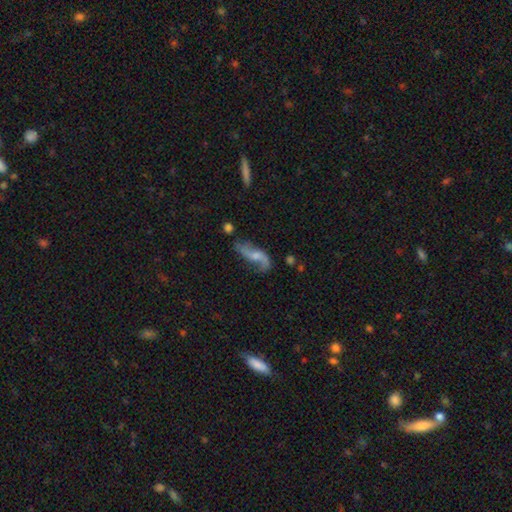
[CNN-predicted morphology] featured or disk 75%, smooth 18%, star or artifact 7%. Down the decision tree: edge-on disk — no (92%); bar — no (56%); spiral arms — yes (92%); spiral arm count — 2 (89%); spiral winding — loose (83%); bulge size — moderate (43%); merging — none (59%).